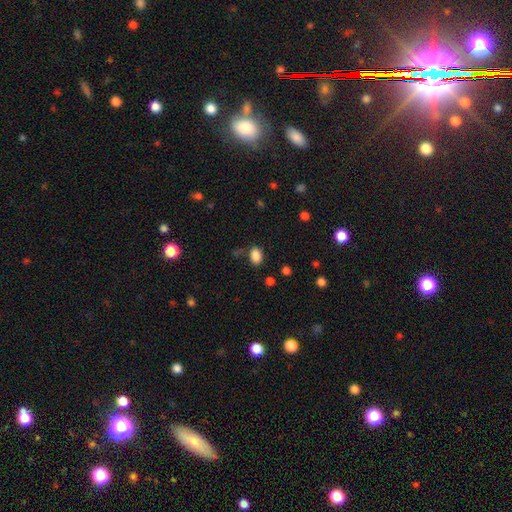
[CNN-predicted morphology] smooth-or-featured: smooth: 85% | star or artifact: 11% | featured or disk: 4%
  how-rounded: in between: 82% | round: 17% | cigar-shaped: 1%
  merging: none: 76% | minor disturbance: 15% | major disturbance: 5% | merger: 5%